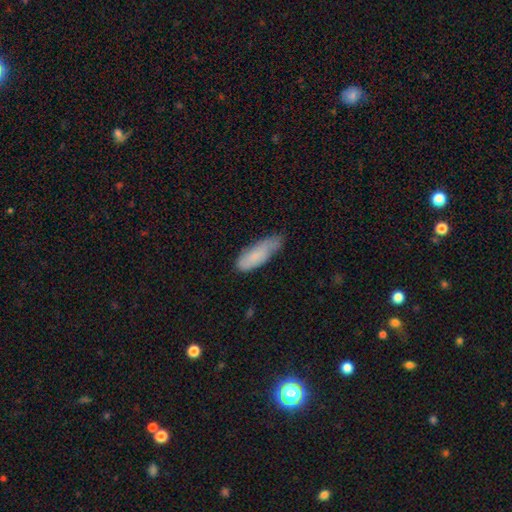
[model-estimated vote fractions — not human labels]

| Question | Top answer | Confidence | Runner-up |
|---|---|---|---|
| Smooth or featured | smooth | 79% | featured or disk (15%) |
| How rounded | in between | 58% | cigar-shaped (40%) |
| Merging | none | 47% | minor disturbance (41%) |